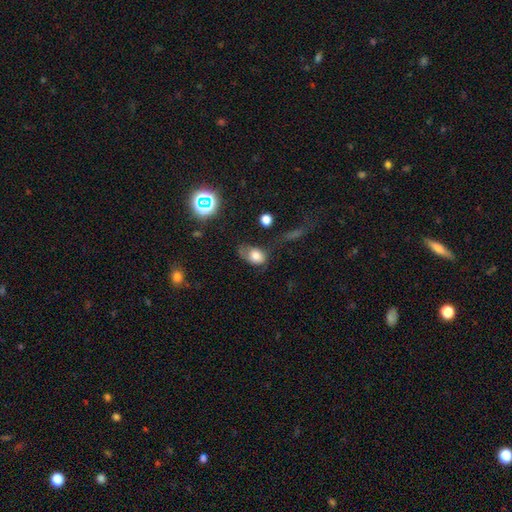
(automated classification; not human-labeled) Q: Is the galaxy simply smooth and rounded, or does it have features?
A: smooth — 73%.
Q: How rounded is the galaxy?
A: in between — 79%.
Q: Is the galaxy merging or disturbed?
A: none — 35%.